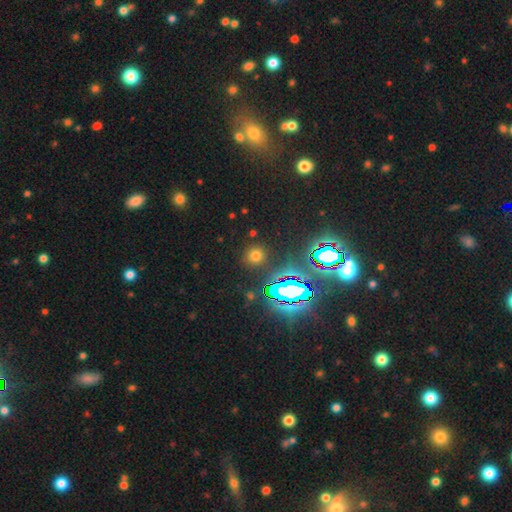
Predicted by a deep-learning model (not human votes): This is likely a smooth galaxy (62%). How rounded: clearly round (88%). Merging: clearly none (89%).